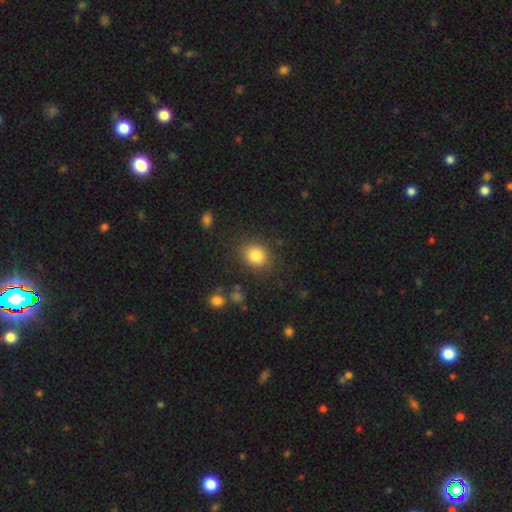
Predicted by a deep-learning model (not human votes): Morphology: type=smooth (84%); roundness=round (65%); merging=none (83%).